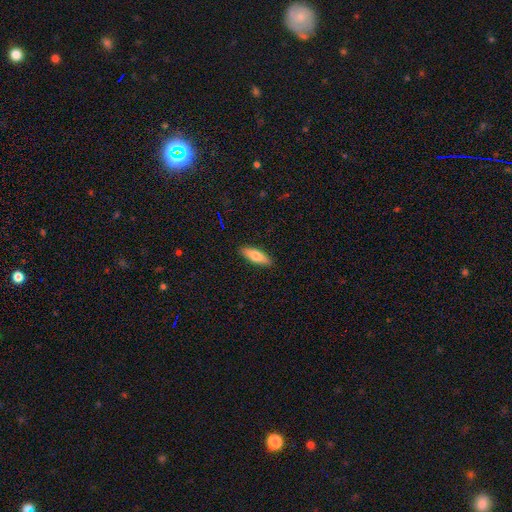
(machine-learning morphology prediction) A smooth galaxy with no disk features (73%) that is in between round and cigar-shaped (61%).

Vote fractions:
- Smooth or featured? smooth: 73% / featured or disk: 20% / star or artifact: 6%
- How rounded? in between: 61% / cigar-shaped: 37% / round: 2%
- Merging? none: 89% / minor disturbance: 8% / major disturbance: 2% / merger: 1%